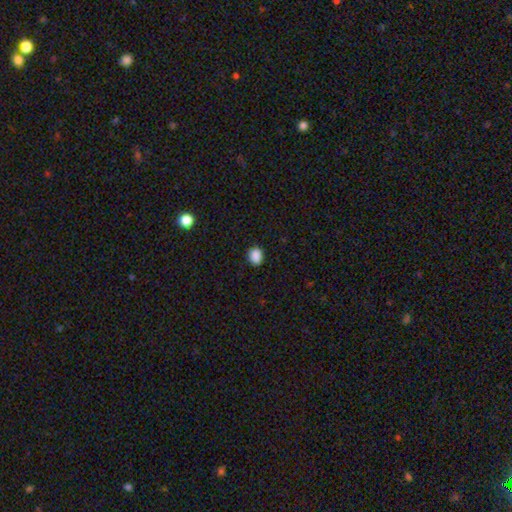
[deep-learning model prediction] Smooth or featured? Predicted: smooth (p=0.88). How rounded? Predicted: in between (p=0.53). Merging? Predicted: none (p=0.86).